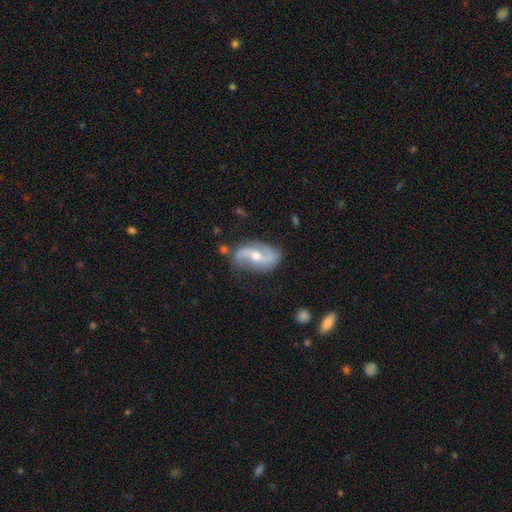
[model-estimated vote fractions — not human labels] smooth-or-featured: featured or disk: 86% | smooth: 9% | star or artifact: 5%
  disk-edge-on: no: 96% | yes: 4%
    bar: no: 42% | weak: 37% | strong: 21%
    has-spiral-arms: yes: 95% | no: 5%
      spiral-winding: loose: 58% | medium: 31% | tight: 11%
      spiral-arm-count: 2: 91% | can't tell: 3% | 1: 2% | 3: 2% | 4: 1% | more than 4: 1%
    bulge-size: moderate: 65% | small: 31% | large: 2% | none: 1% | dominant: 1%
  merging: none: 74% | minor disturbance: 17% | major disturbance: 6% | merger: 2%